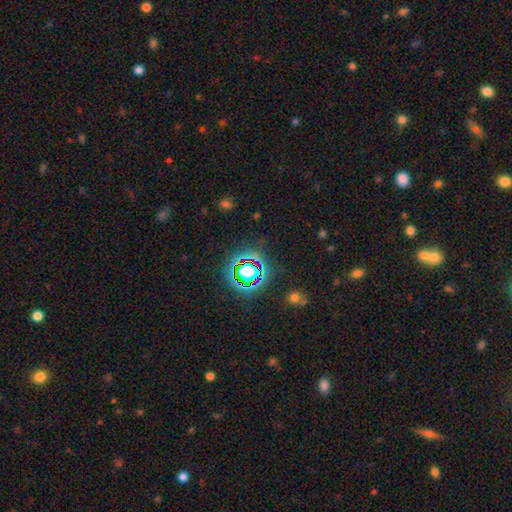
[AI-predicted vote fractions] Q: Smooth or featured?
A: star or artifact (78%); runner-up: smooth (14%)